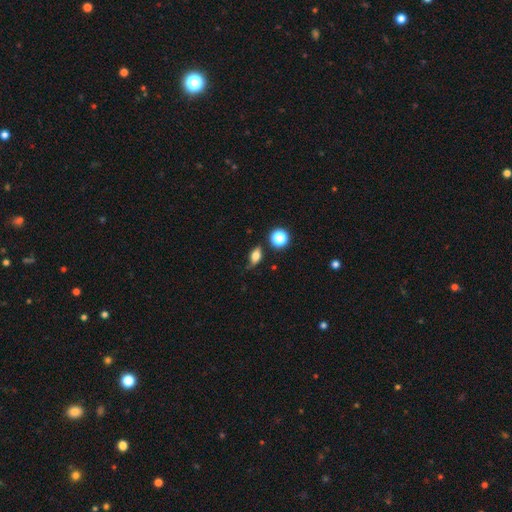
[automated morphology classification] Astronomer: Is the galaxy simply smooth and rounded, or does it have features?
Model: smooth — 71%.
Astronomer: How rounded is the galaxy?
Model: in between — 73%.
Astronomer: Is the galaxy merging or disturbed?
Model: none — 59%.